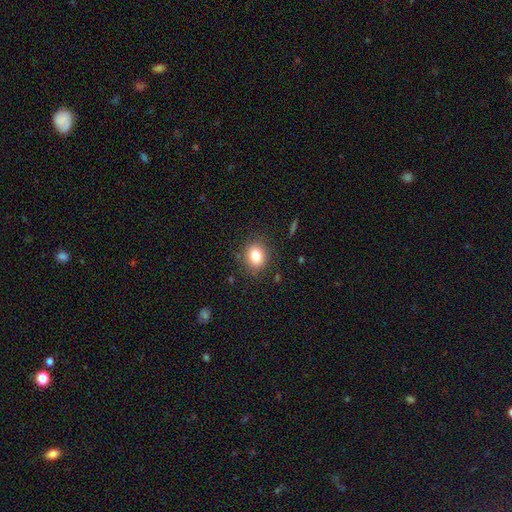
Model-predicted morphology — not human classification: A smooth galaxy with no disk features (82%) that is round (56%). Merging: none (84%).